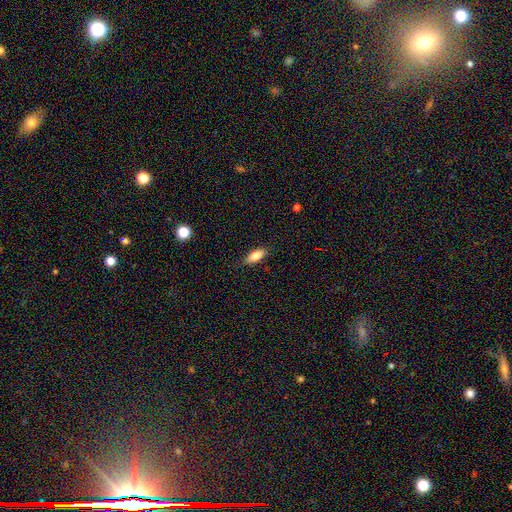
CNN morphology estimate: type=smooth (78%); roundness=in between (74%); merging=none (87%).